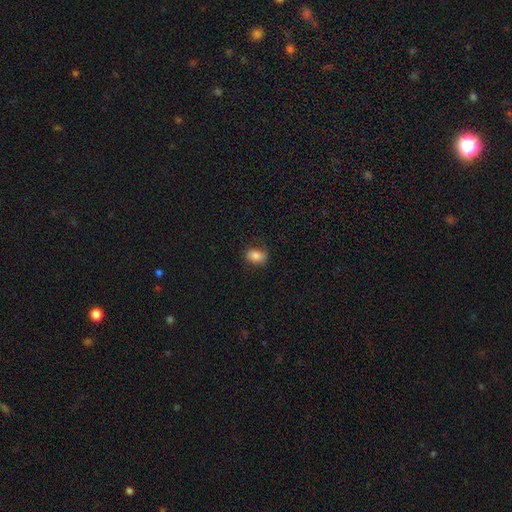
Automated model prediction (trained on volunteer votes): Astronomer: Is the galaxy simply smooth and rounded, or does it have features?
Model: smooth — 79%.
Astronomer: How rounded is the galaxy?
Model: in between — 75%.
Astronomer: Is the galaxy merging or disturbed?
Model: none — 76%.